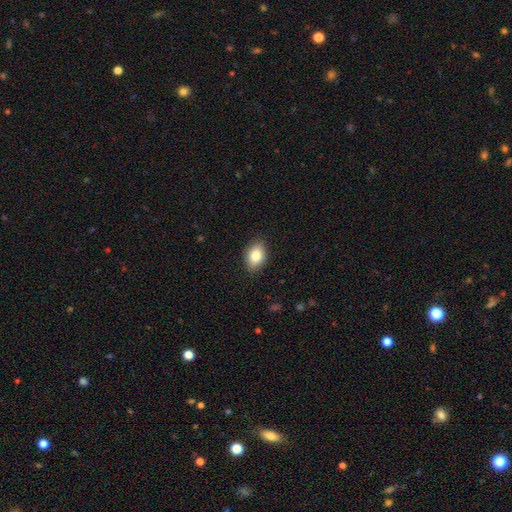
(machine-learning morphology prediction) A smooth galaxy with no disk features (82%) that is in between round and cigar-shaped (82%).

Vote fractions:
- Smooth or featured? smooth: 82% / featured or disk: 9% / star or artifact: 8%
- How rounded? in between: 82% / round: 16% / cigar-shaped: 2%
- Merging? none: 87% / minor disturbance: 10% / major disturbance: 2% / merger: 1%